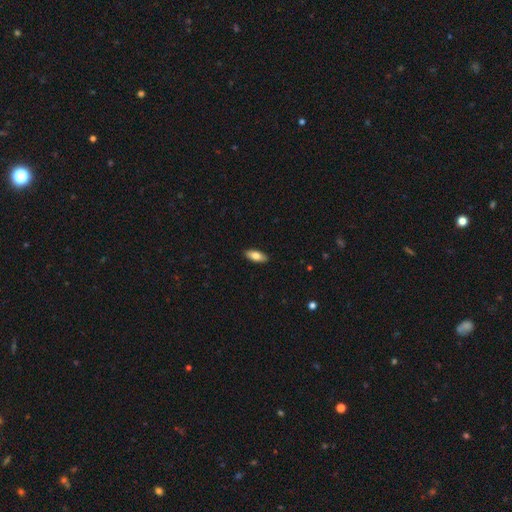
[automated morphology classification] A smooth galaxy with no disk features (79%) that is in between round and cigar-shaped (82%).

Vote fractions:
- Smooth or featured? smooth: 79% / featured or disk: 15% / star or artifact: 6%
- How rounded? in between: 82% / cigar-shaped: 16% / round: 2%
- Merging? none: 90% / minor disturbance: 8% / major disturbance: 2% / merger: 1%